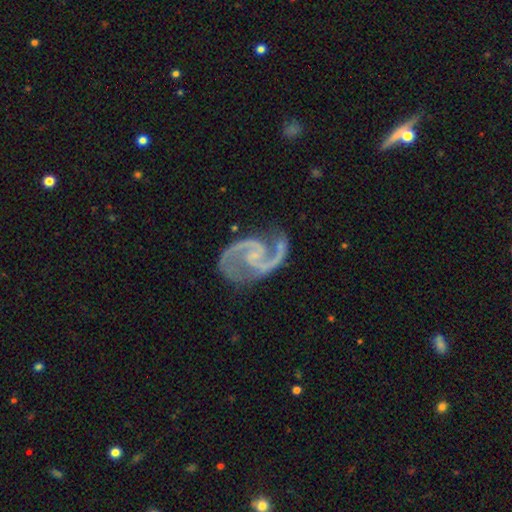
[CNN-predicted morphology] A featured or disk galaxy (94%) with no bar (46%), 2 (94%) medium (65%) spiral arms (98%) and a small central bulge (58%). Merging: none (74%).